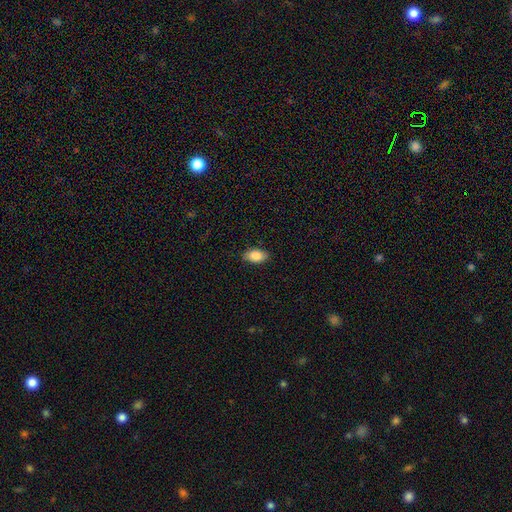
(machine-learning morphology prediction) This is clearly a smooth galaxy (87%). How rounded: clearly in between (93%). Merging: clearly none (86%).